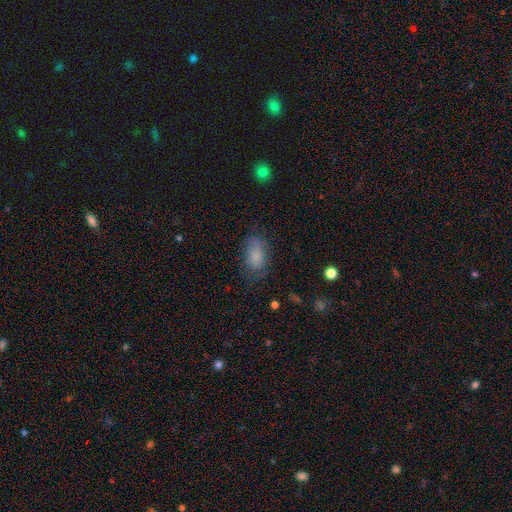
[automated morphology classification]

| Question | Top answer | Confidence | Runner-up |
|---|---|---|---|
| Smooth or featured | smooth | 79% | featured or disk (12%) |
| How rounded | in between | 89% | round (8%) |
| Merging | none | 64% | minor disturbance (24%) |